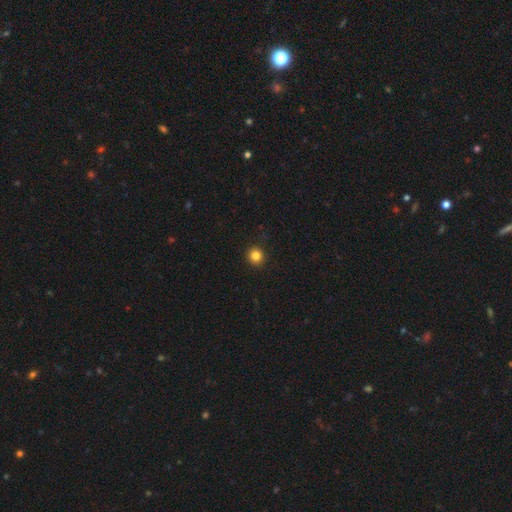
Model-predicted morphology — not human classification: smooth 84%, star or artifact 12%, featured or disk 4%. Down the decision tree: how rounded — round (90%); merging — none (92%).